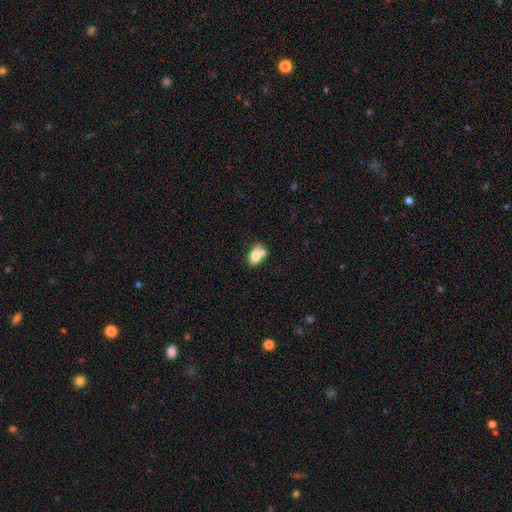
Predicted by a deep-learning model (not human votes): Overall: smooth (74%). How rounded: in between (77%). Merging: merger (44%; none 36%).